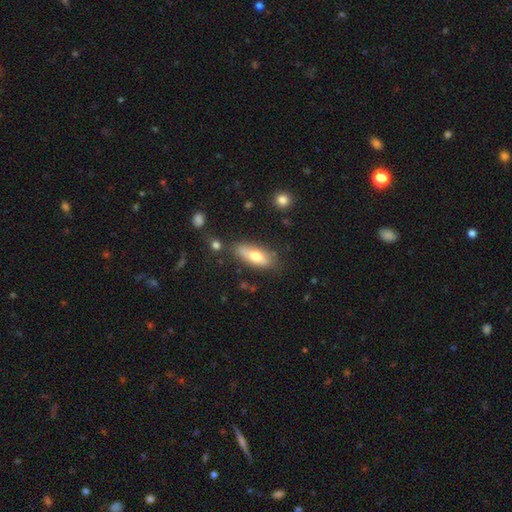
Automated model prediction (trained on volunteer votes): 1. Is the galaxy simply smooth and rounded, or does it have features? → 63% smooth, 31% featured or disk, 6% star or artifact.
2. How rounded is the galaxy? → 68% in between, 29% cigar-shaped, 3% round.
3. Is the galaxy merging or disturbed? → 72% none, 18% minor disturbance, 6% merger, 5% major disturbance.